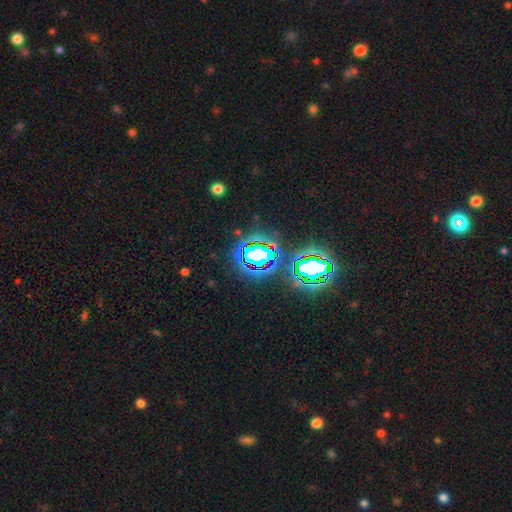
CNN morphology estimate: The model was most divided on "smooth or featured": star or artifact: 68%, smooth: 19%, featured or disk: 13%.